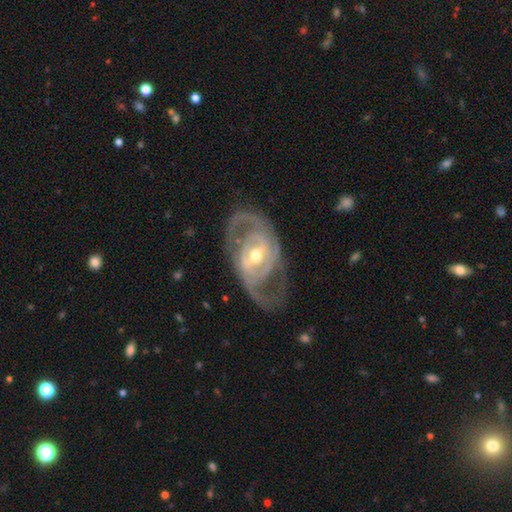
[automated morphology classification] A featured or disk galaxy (90%) with a weak bar (41%), 2 (76%) medium (44%) spiral arms (94%) and a moderate central bulge (66%).

Vote fractions:
- Smooth or featured? featured or disk: 90% / smooth: 6% / star or artifact: 4%
- Edge-on disk? no: 96% / yes: 4%
- Bar? weak: 41% / no: 35% / strong: 24%
- Spiral arms? yes: 94% / no: 6%
- Spiral winding? medium: 44% / tight: 42% / loose: 14%
- Spiral arm count? 2: 76% / can't tell: 9% / 3: 7% / 1: 3% / 4: 2% / more than 4: 2%
- Bulge size? moderate: 66% / small: 29% / large: 3% / none: 1% / dominant: 1%
- Merging? none: 70% / minor disturbance: 17% / major disturbance: 12% / merger: 2%